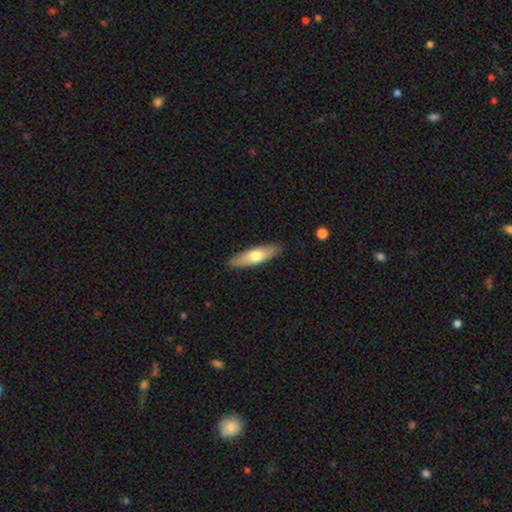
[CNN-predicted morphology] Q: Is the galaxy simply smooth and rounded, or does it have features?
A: smooth — 60%.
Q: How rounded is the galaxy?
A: cigar-shaped — 57%.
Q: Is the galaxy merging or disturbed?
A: none — 88%.